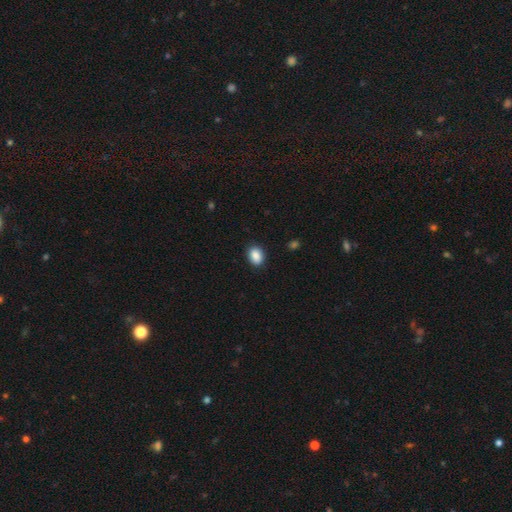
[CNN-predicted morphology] type=smooth (89%); roundness=in between (68%); merging=none (89%).